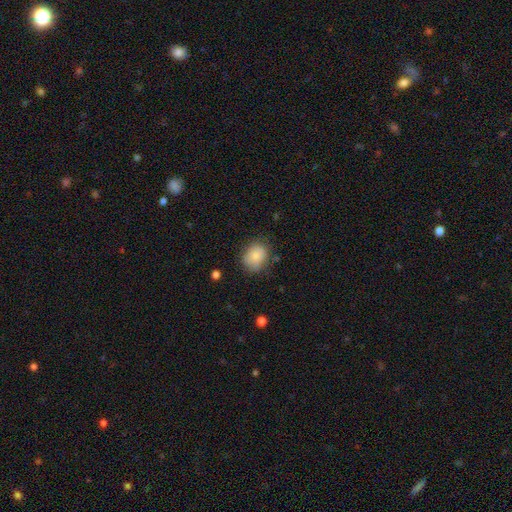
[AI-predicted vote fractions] Overall: smooth (82%). How rounded: round (55%; in between 44%). Merging: none (71%).